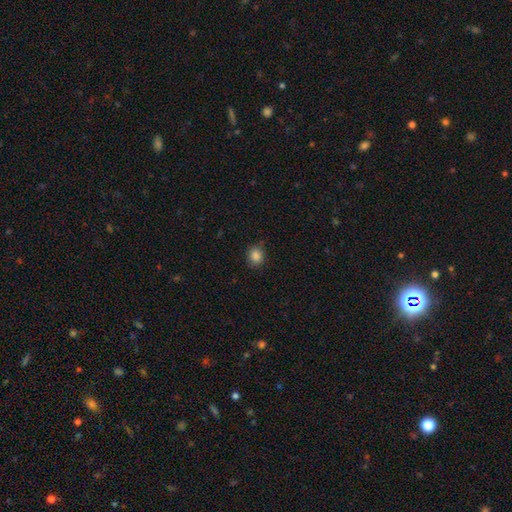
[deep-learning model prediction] smooth 86%, star or artifact 10%, featured or disk 4%. Down the decision tree: how rounded — round (69%); merging — none (80%).